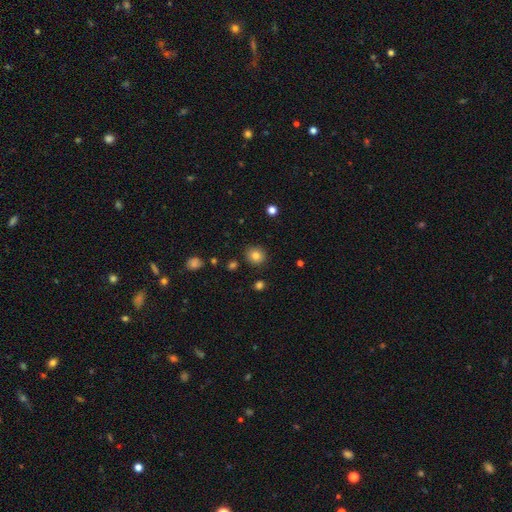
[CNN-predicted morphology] smooth-or-featured: smooth: 82% | star or artifact: 11% | featured or disk: 7%
  how-rounded: round: 89% | in between: 10% | cigar-shaped: 1%
  merging: none: 90% | minor disturbance: 7% | major disturbance: 2% | merger: 2%